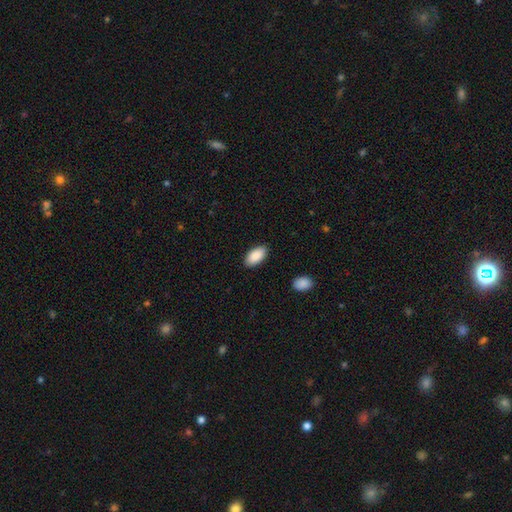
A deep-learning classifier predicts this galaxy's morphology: smooth 90%, star or artifact 6%, featured or disk 4%. Down the decision tree: how rounded — in between (95%); merging — none (88%).